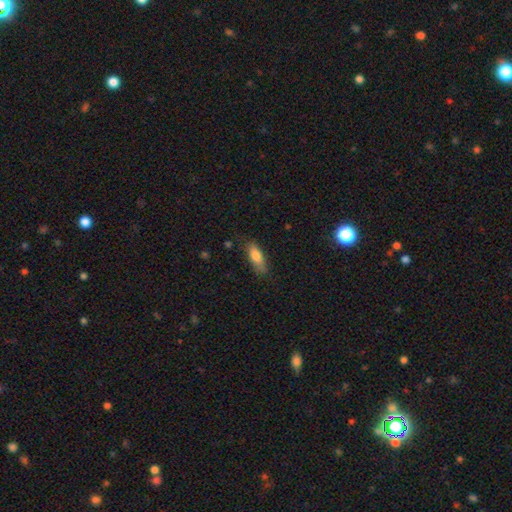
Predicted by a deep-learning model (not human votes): This appears to be a smooth galaxy with no disk features (78%) that is in between round and cigar-shaped (63%). Merging: none (72%).